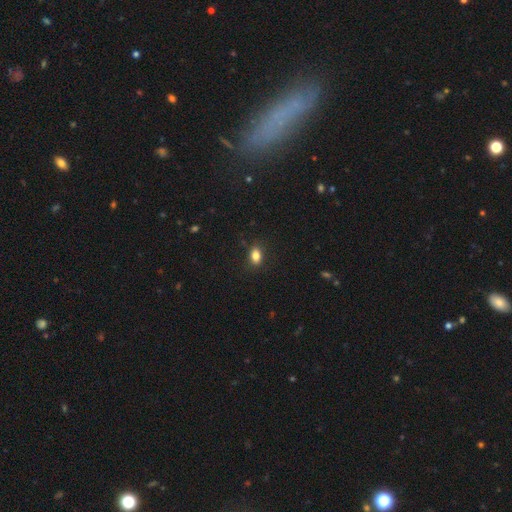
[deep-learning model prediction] Morphology: type=smooth (84%); roundness=in between (82%); merging=none (86%).